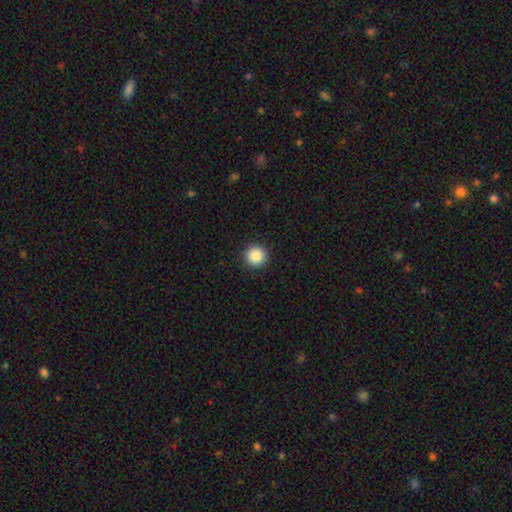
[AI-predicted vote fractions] Smooth or featured? smooth (88%)
How rounded? round (96%)
Merging? none (93%)